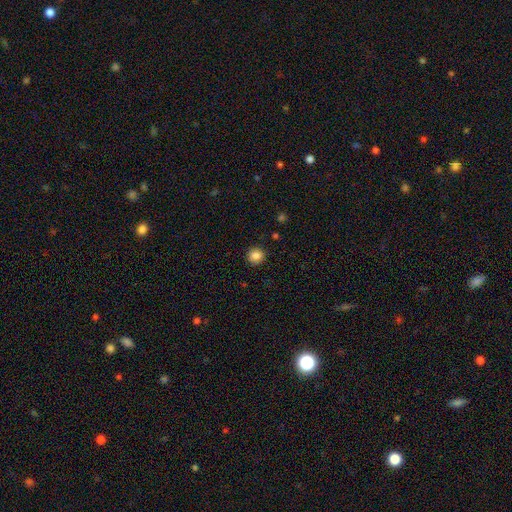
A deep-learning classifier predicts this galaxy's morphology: smooth 86%, star or artifact 10%, featured or disk 4%. Down the decision tree: how rounded — round (92%); merging — none (91%).